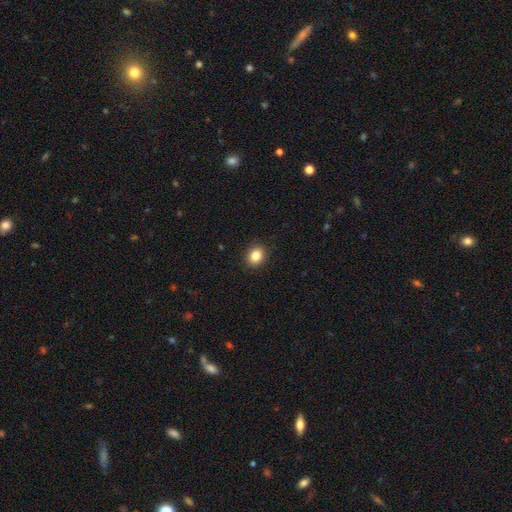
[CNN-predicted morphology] This appears to be a smooth galaxy with no disk features (85%) that is round (56%). Merging: none (90%).